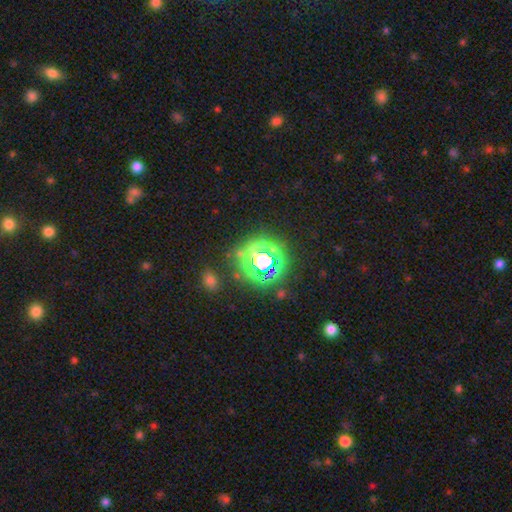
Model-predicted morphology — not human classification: Smooth or featured?
  - star or artifact: 67% *
  - smooth: 23%
  - featured or disk: 11%